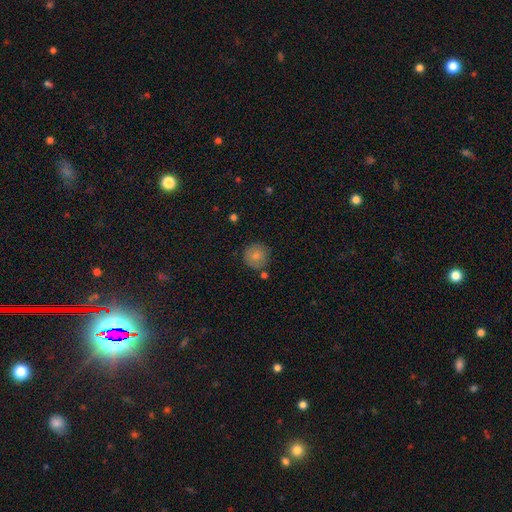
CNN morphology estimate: smooth 81%, featured or disk 10%, star or artifact 9%. Down the decision tree: how rounded — round (93%); merging — none (79%).